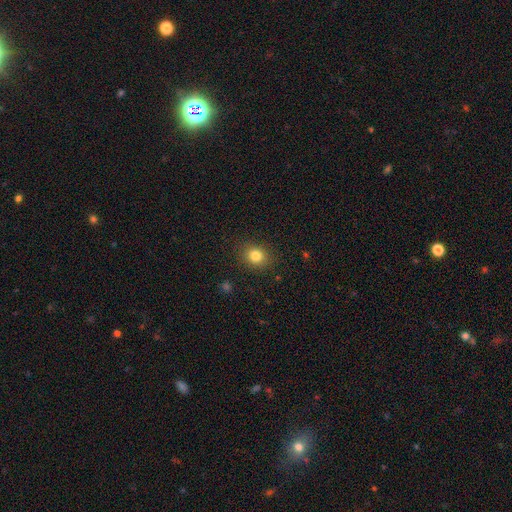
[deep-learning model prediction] A smooth galaxy with no disk features (82%) that is round (70%).

Vote fractions:
- Smooth or featured? smooth: 82% / star or artifact: 12% / featured or disk: 6%
- How rounded? round: 70% / in between: 29% / cigar-shaped: 1%
- Merging? none: 88% / minor disturbance: 8% / major disturbance: 3% / merger: 1%